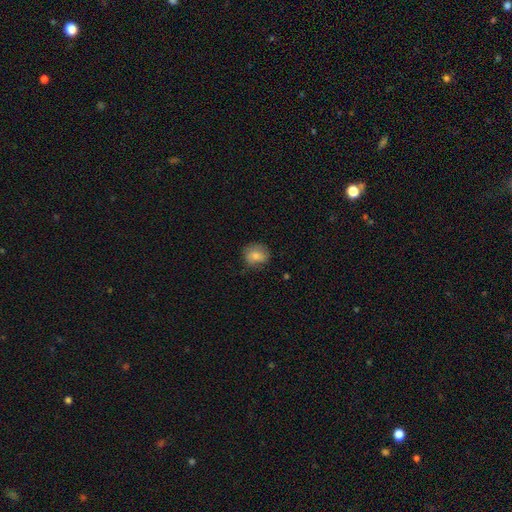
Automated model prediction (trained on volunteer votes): A smooth galaxy with no disk features (78%) that is round (70%). Merging: none (72%).